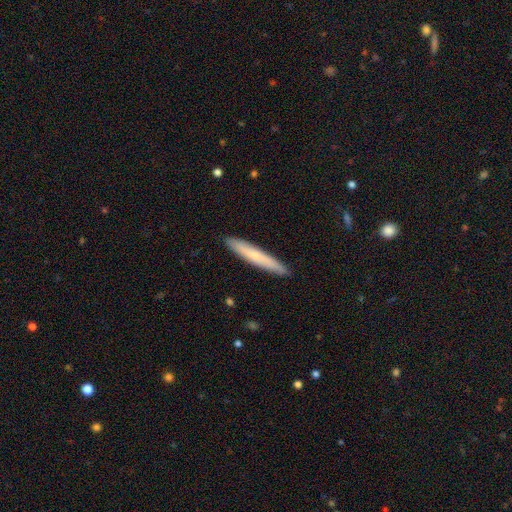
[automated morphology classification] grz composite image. It shows a smooth galaxy with no disk features (59%) that is cigar-shaped (94%). Merging: none (91%).